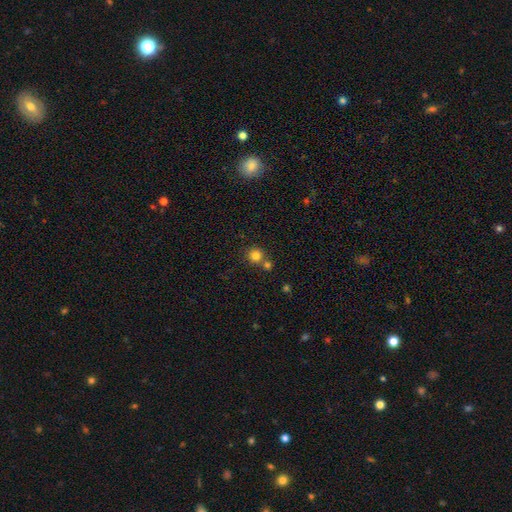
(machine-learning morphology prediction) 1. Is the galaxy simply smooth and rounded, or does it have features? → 80% smooth, 14% star or artifact, 6% featured or disk.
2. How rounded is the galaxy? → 91% round, 8% in between, 1% cigar-shaped.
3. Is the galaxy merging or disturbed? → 62% none, 28% merger, 7% minor disturbance, 3% major disturbance.